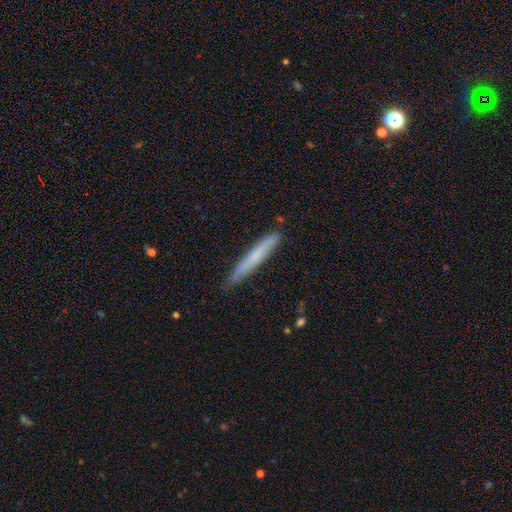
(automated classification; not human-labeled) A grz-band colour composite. It shows a smooth galaxy with no disk features (63%) that is cigar-shaped (96%). Merging: none (82%).